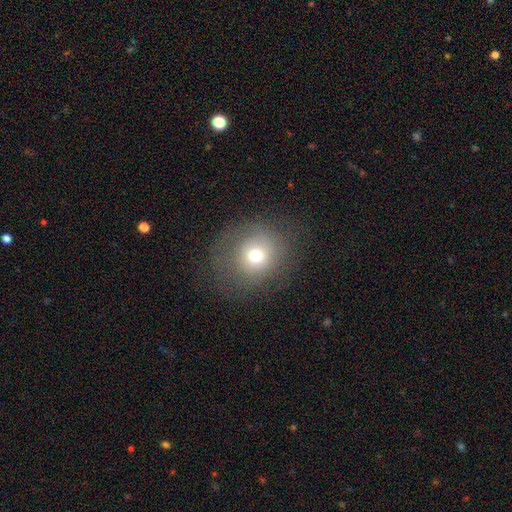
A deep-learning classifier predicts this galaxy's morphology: Smooth or featured: smooth — 68% (featured or disk — 17%)
How rounded: round — 84% (in between — 15%)
Merging: none — 74% (minor disturbance — 14%)